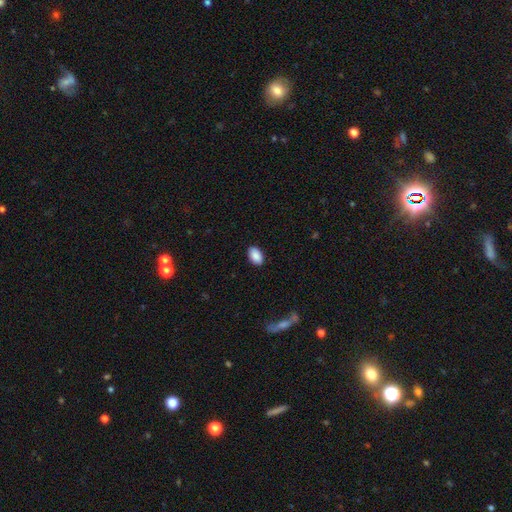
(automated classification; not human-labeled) This appears to be a smooth galaxy with no disk features (90%) that is in between round and cigar-shaped (93%). Merging: none (88%).